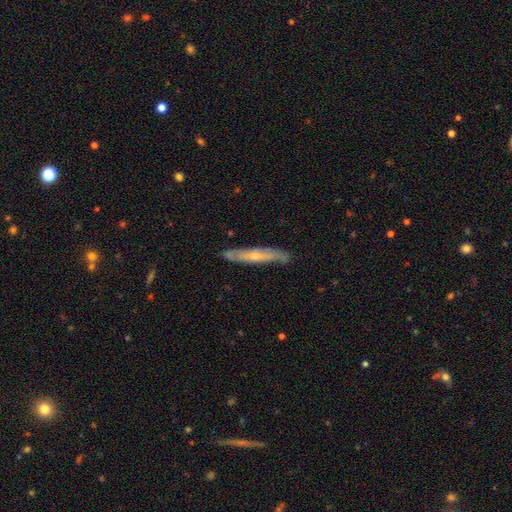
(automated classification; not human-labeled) Smooth or featured? featured or disk (60%)
Edge-on disk? yes (73%)
Merging? none (80%)